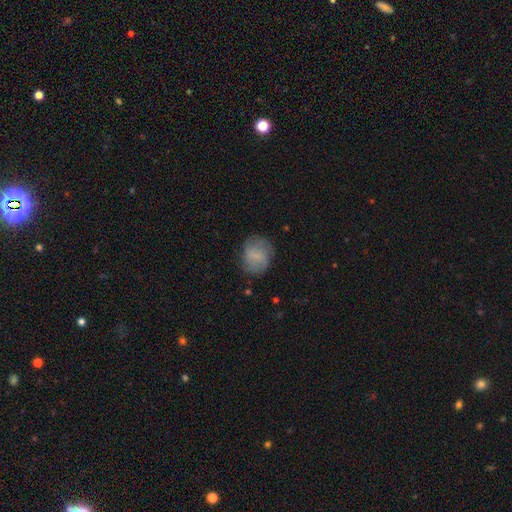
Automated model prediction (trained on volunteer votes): Smooth or featured: smooth — 68% (featured or disk — 24%)
How rounded: round — 60% (in between — 39%)
Merging: none — 68% (minor disturbance — 22%)